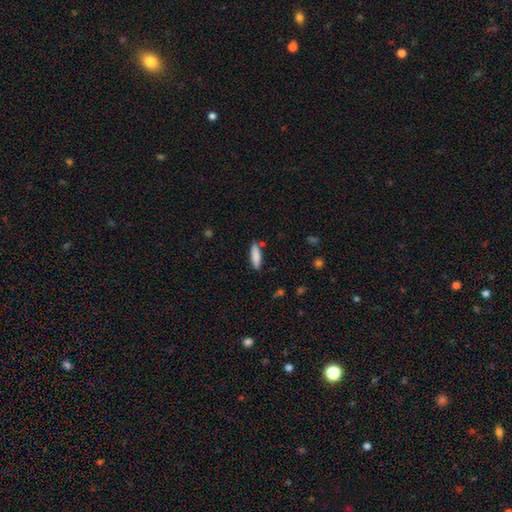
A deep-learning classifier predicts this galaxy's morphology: A smooth galaxy with no disk features (85%) that is cigar-shaped (59%).

Vote fractions:
- Smooth or featured? smooth: 85% / featured or disk: 9% / star or artifact: 6%
- How rounded? cigar-shaped: 59% / in between: 39% / round: 2%
- Merging? none: 82% / minor disturbance: 12% / merger: 3% / major disturbance: 2%